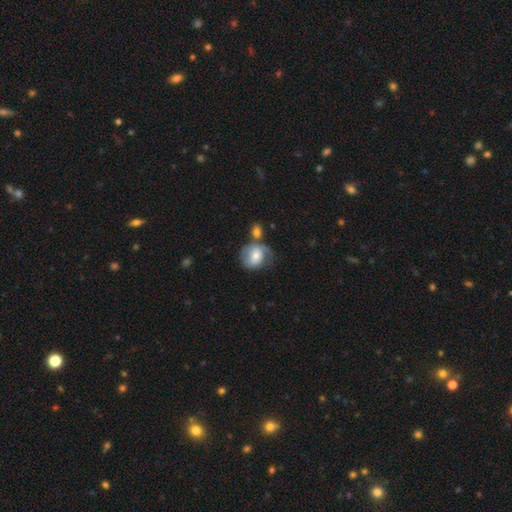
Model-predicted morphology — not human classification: This is possibly a smooth galaxy (55%). How rounded: likely round (67%). Merging: marginally none (39%).